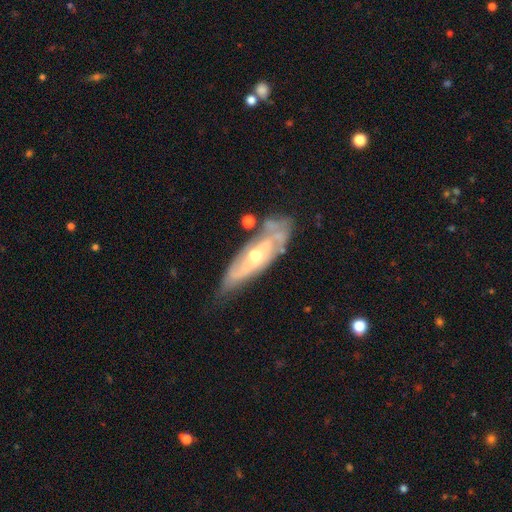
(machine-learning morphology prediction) featured or disk 74%, smooth 20%, star or artifact 6%. Down the decision tree: edge-on disk — no (79%); bar — no (65%); spiral arms — yes (74%); bulge size — moderate (54%); merging — none (58%).